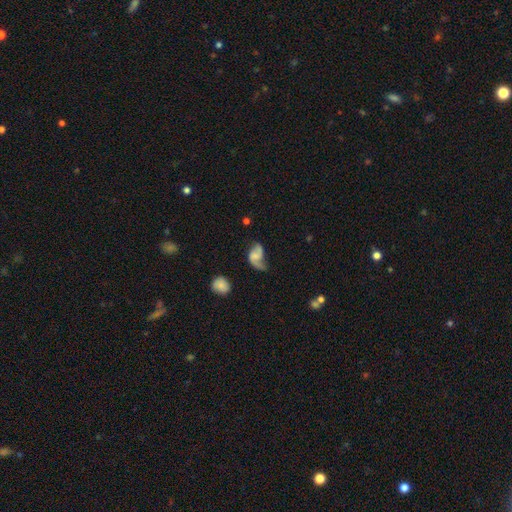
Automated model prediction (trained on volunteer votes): A featured or disk galaxy (72%) with no bar (56%), 2 (76%) loose (61%) spiral arms (92%) and no central bulge (42%).

Vote fractions:
- Smooth or featured? featured or disk: 72% / smooth: 20% / star or artifact: 7%
- Edge-on disk? no: 98% / yes: 2%
- Bar? no: 56% / weak: 35% / strong: 8%
- Spiral arms? yes: 92% / no: 8%
- Spiral winding? loose: 61% / medium: 31% / tight: 9%
- Spiral arm count? 2: 76% / 1: 18% / can't tell: 3% / 3: 1% / 4: 1% / more than 4: 1%
- Bulge size? none: 42% / small: 34% / moderate: 18% / large: 4% / dominant: 2%
- Merging? none: 42% / minor disturbance: 27% / major disturbance: 26% / merger: 4%